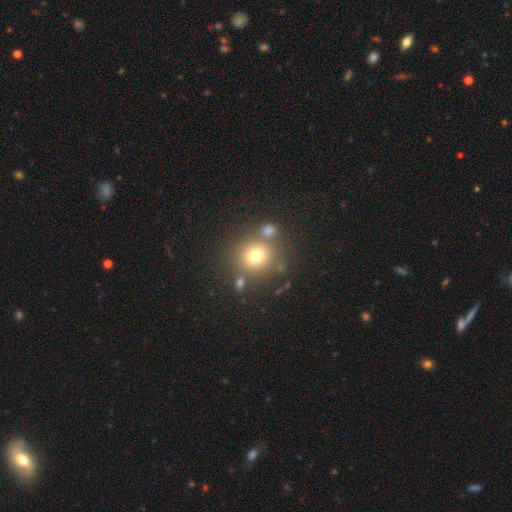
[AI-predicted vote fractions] This is likely a smooth galaxy (73%). How rounded: clearly round (87%). Merging: likely none (71%).